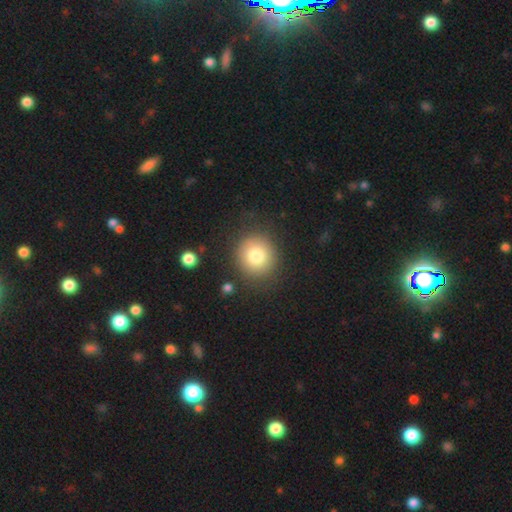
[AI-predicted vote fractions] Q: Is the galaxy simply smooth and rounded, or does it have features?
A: smooth — 80%.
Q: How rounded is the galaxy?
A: round — 88%.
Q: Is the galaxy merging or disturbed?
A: none — 84%.